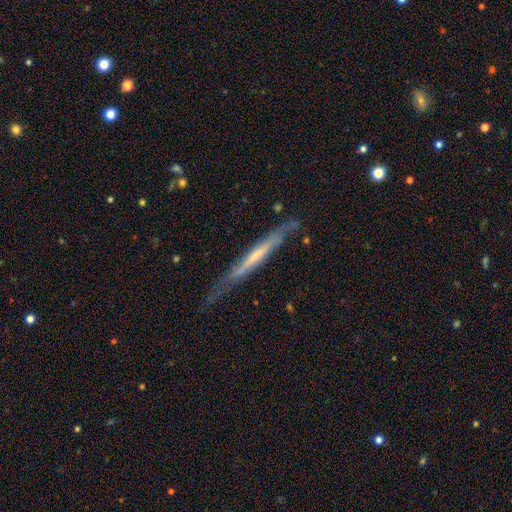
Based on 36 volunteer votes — Smooth or featured? featured or disk (81%)
Edge-on disk? yes (93%)
Edge-on bulge? none (74%)
Merging? none (65%)